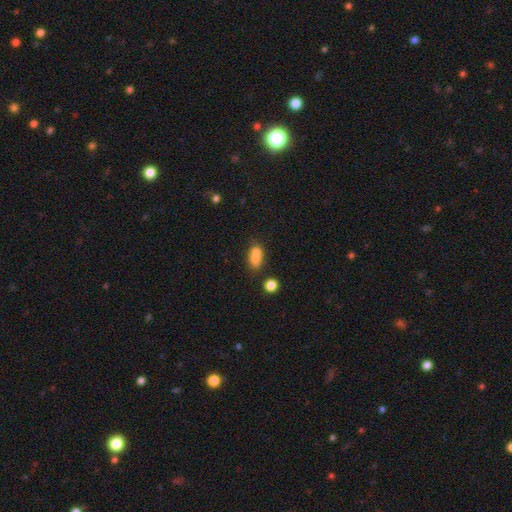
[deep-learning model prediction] Morphology: type=smooth (74%); roundness=in between (71%); merging=merger (43%).